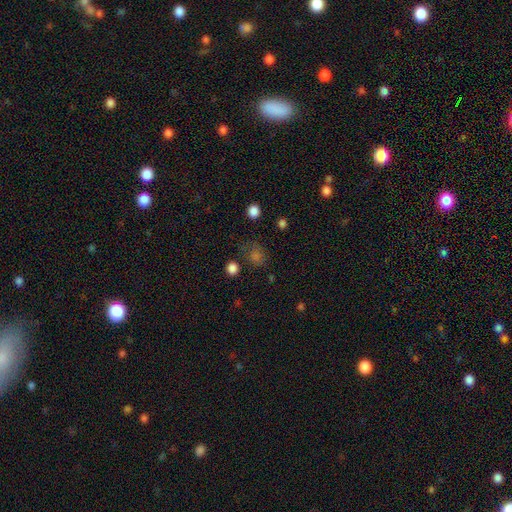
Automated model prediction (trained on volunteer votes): The model was most divided on "smooth or featured": smooth: 62%, star or artifact: 29%, featured or disk: 9%. More confident: how rounded — round (68%); merging — none (63%).